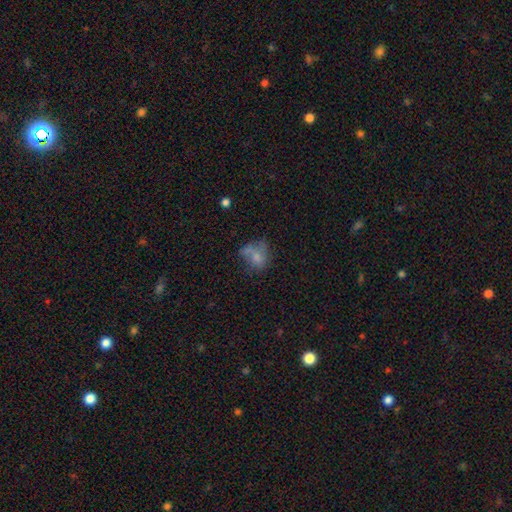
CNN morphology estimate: A smooth galaxy with no disk features (59%) that is in between round and cigar-shaped (57%).

Vote fractions:
- Smooth or featured? smooth: 59% / featured or disk: 28% / star or artifact: 13%
- How rounded? in between: 57% / round: 41% / cigar-shaped: 1%
- Merging? none: 32% (tied) / major disturbance: 32% (tied) / minor disturbance: 24% / merger: 12%